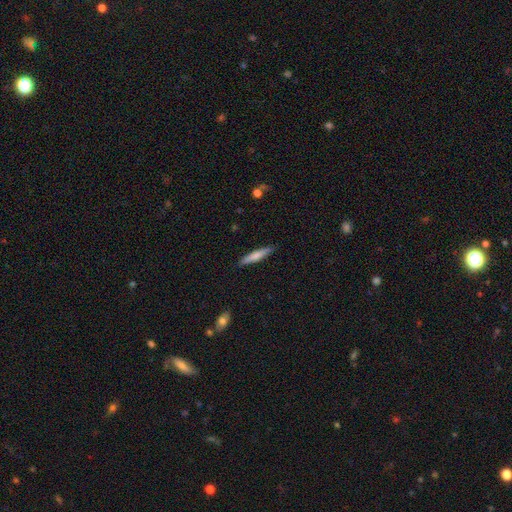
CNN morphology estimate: Smooth or featured: smooth — 65% (featured or disk — 30%)
How rounded: cigar-shaped — 91% (in between — 8%)
Merging: none — 89% (minor disturbance — 8%)